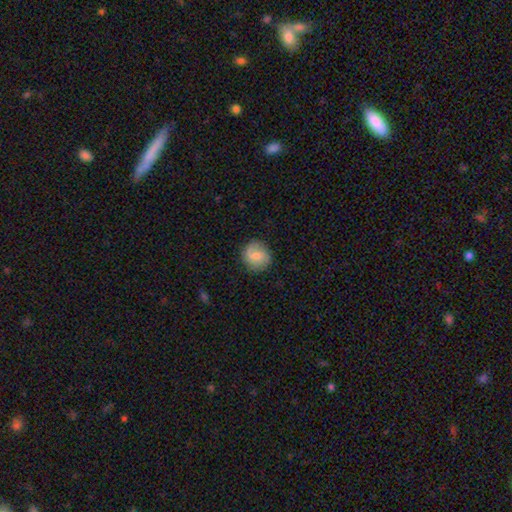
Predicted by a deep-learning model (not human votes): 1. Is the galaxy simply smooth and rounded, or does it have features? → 71% smooth, 22% featured or disk, 7% star or artifact.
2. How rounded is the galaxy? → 89% round, 10% in between, 1% cigar-shaped.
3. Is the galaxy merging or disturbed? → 83% none, 12% minor disturbance, 3% major disturbance, 1% merger.